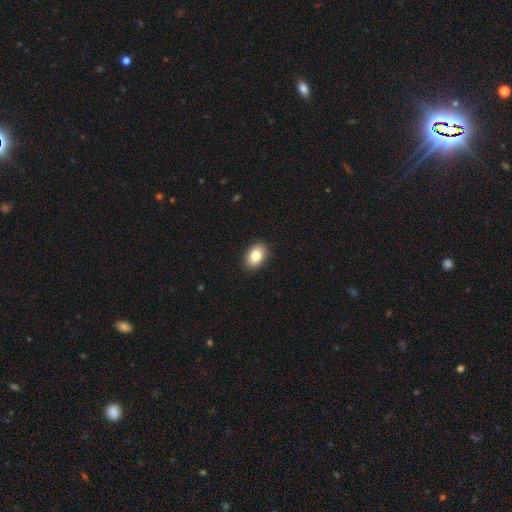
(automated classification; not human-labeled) Smooth or featured?
  - smooth: 83% *
  - featured or disk: 9%
  - star or artifact: 8%
How rounded?
  - in between: 85% *
  - round: 14%
  - cigar-shaped: 1%
Merging?
  - none: 89% *
  - minor disturbance: 8%
  - major disturbance: 2%
  - merger: 1%